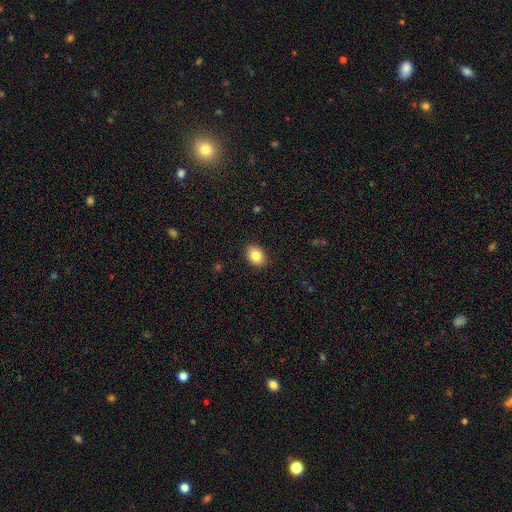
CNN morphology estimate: type=smooth (85%); roundness=in between (63%); merging=none (89%).